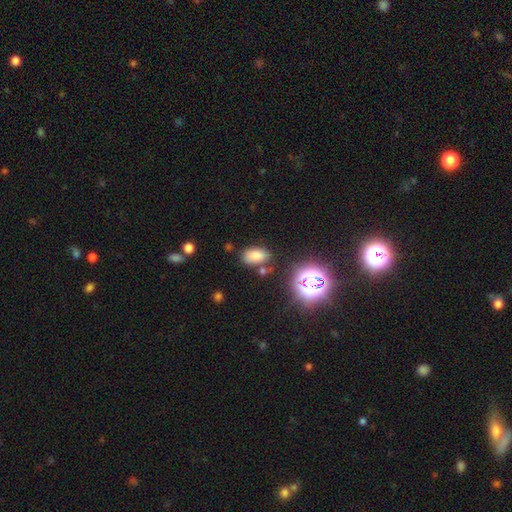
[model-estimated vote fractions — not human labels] smooth 75%, star or artifact 18%, featured or disk 7%. Down the decision tree: how rounded — in between (90%); merging — none (74%).